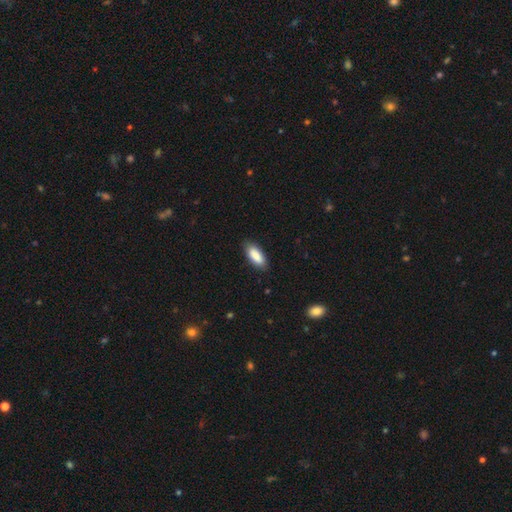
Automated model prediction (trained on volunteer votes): Q: Smooth or featured?
A: smooth (88%); runner-up: featured or disk (6%)
Q: How rounded?
A: in between (78%); runner-up: cigar-shaped (21%)
Q: Merging?
A: none (85%); runner-up: minor disturbance (11%)